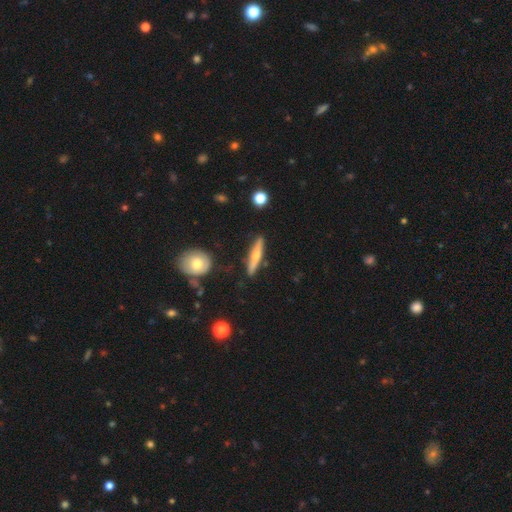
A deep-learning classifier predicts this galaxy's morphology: smooth-or-featured: featured or disk: 55% | smooth: 39% | star or artifact: 6%
  disk-edge-on: yes: 94% | no: 6%
    edge-on-bulge: rounded: 88% | none: 9% | boxy: 3%
  merging: none: 87% | minor disturbance: 8% | merger: 3% | major disturbance: 2%